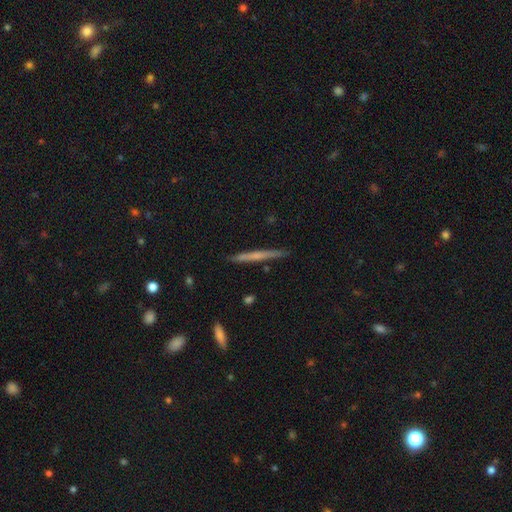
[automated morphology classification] A featured or disk galaxy (48%).

Vote fractions:
- Smooth or featured? featured or disk: 48% / smooth: 46% / star or artifact: 6%
- Merging? none: 89% / minor disturbance: 8% / major disturbance: 1% / merger: 1%